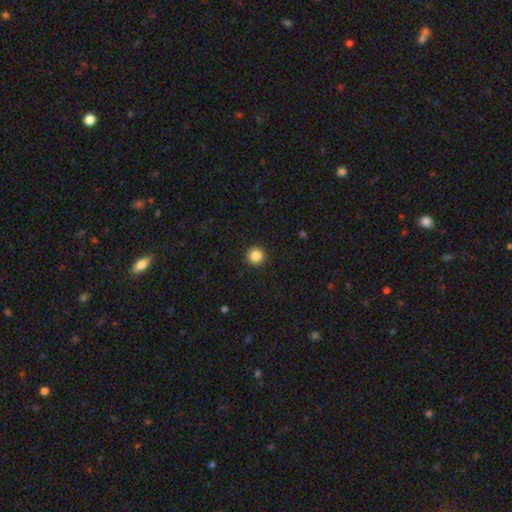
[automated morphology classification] Smooth or featured: smooth — 86% (star or artifact — 10%)
How rounded: round — 96% (in between — 3%)
Merging: none — 94% (minor disturbance — 4%)